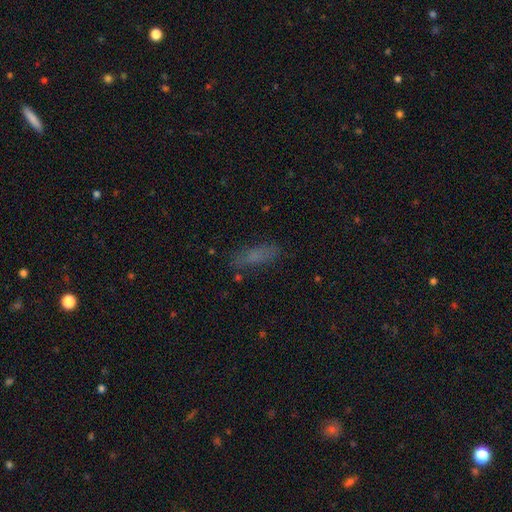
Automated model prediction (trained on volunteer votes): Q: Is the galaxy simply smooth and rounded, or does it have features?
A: smooth — 68%.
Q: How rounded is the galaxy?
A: cigar-shaped — 50%.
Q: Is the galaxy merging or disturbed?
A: none — 74%.